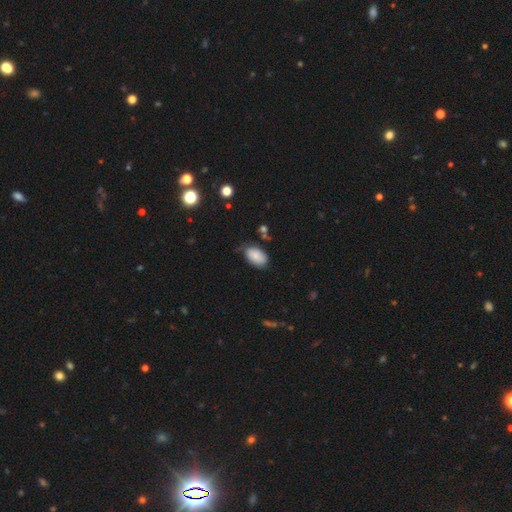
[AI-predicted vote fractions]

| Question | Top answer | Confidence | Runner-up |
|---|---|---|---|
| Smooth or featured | smooth | 83% | featured or disk (10%) |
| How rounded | in between | 93% | round (6%) |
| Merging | none | 60% | minor disturbance (30%) |